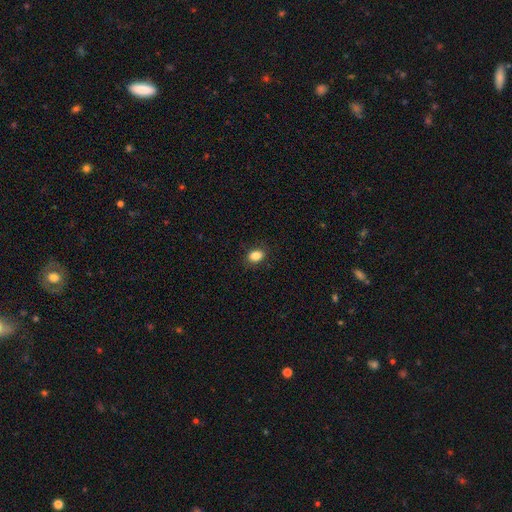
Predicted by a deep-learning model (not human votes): Smooth or featured? smooth (85%)
How rounded? in between (68%)
Merging? none (87%)